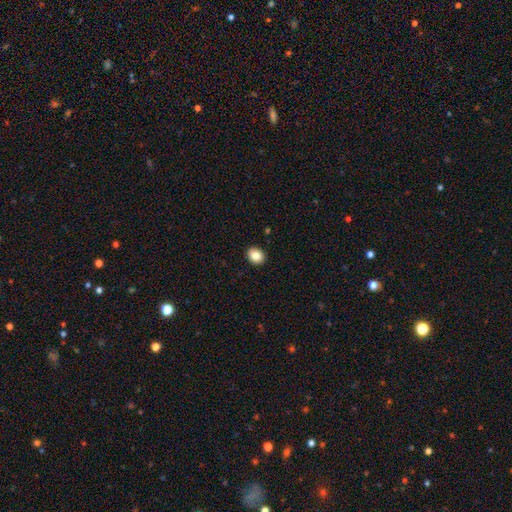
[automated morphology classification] Smooth or featured? Predicted: smooth (p=0.84). How rounded? Predicted: round (p=0.54). Merging? Predicted: none (p=0.92).